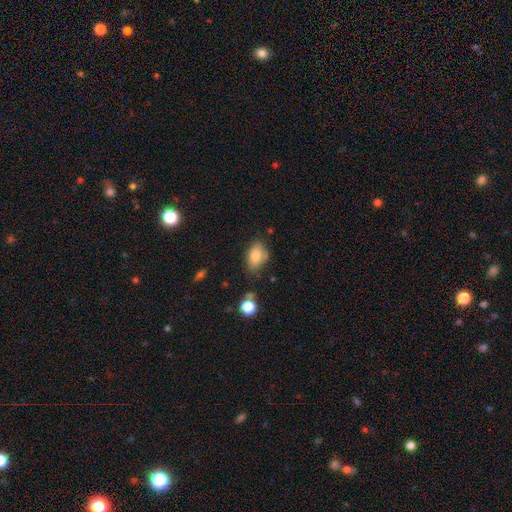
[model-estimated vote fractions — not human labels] smooth-or-featured: smooth: 80% | featured or disk: 11% | star or artifact: 9%
  how-rounded: in between: 86% | round: 12% | cigar-shaped: 2%
  merging: none: 61% | minor disturbance: 27% | major disturbance: 7% | merger: 6%